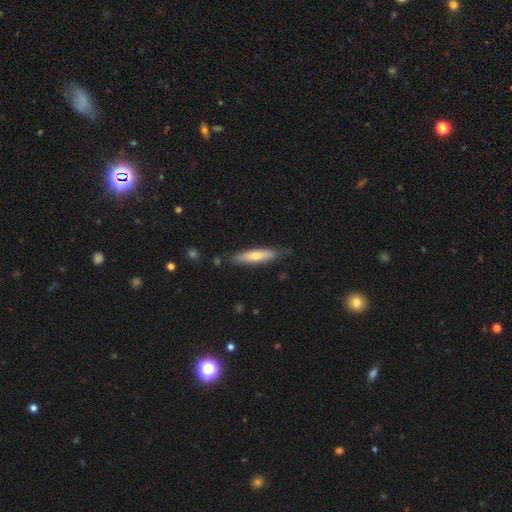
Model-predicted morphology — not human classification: Overall: smooth (56%; featured or disk 39%). How rounded: cigar-shaped (80%). Merging: none (79%).